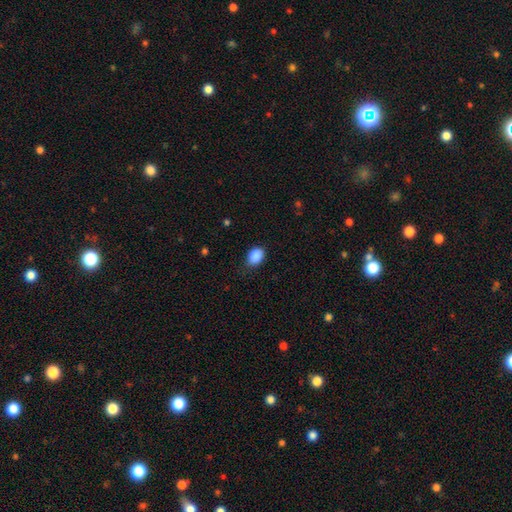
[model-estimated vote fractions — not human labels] Smooth or featured? smooth (88%)
How rounded? in between (69%)
Merging? none (76%)